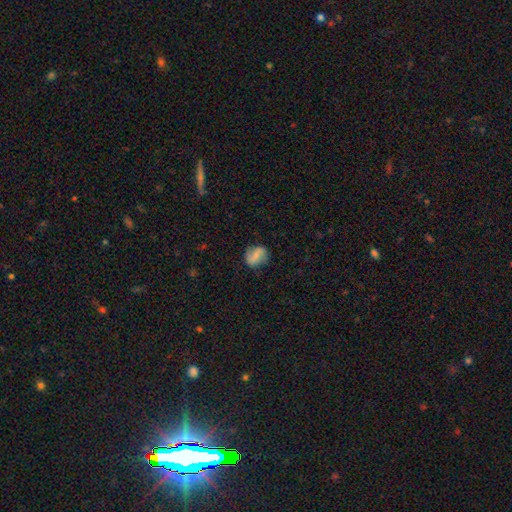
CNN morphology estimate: smooth_or_featured: smooth (p=0.58) [alt: featured or disk p=0.33]
how_rounded: round (p=0.57) [alt: in between p=0.42]
merging: none (p=0.76) [alt: minor disturbance p=0.18]